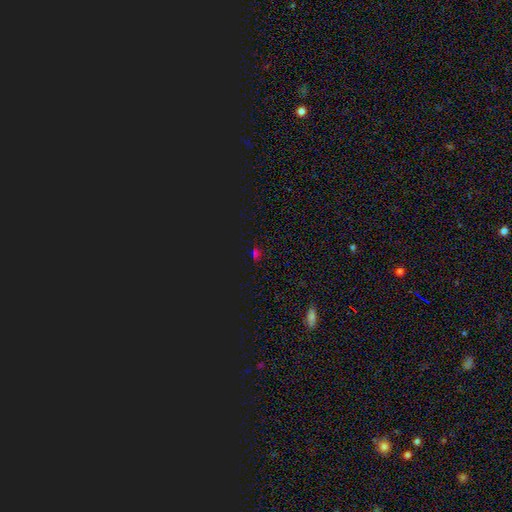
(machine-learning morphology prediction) Smooth or featured: star or artifact — 61% (smooth — 32%)